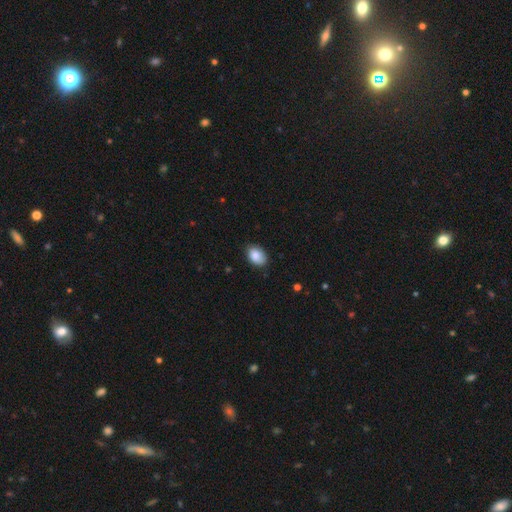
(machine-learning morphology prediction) A smooth galaxy with no disk features (85%) that is in between round and cigar-shaped (83%).

Vote fractions:
- Smooth or featured? smooth: 85% / featured or disk: 8% / star or artifact: 7%
- How rounded? in between: 83% / round: 16% / cigar-shaped: 1%
- Merging? none: 80% / minor disturbance: 17% / major disturbance: 3% / merger: 1%